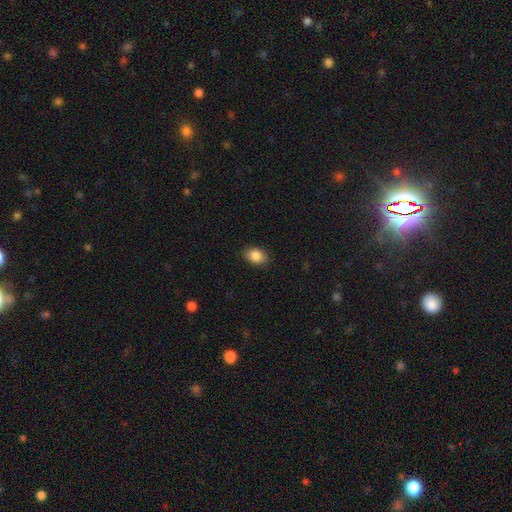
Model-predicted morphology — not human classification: Overall: smooth (87%). How rounded: in between (81%). Merging: none (88%).